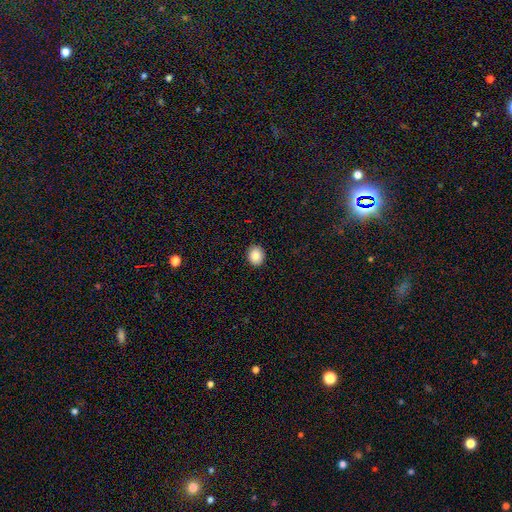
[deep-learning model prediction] The model was most divided on "how rounded": round: 68%, in between: 31%, cigar-shaped: 1%. More confident: merging — none (92%); smooth or featured — smooth (86%).